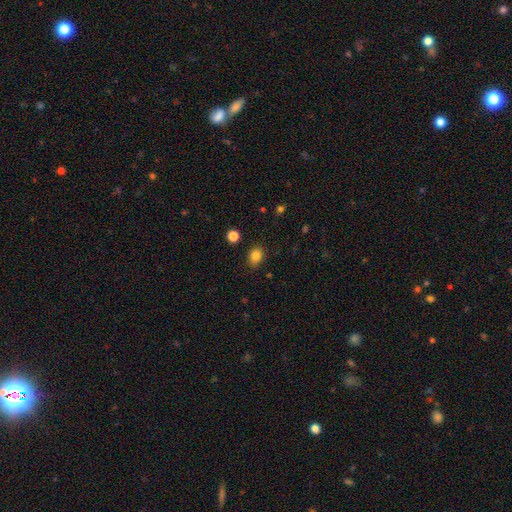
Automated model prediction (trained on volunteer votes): A smooth galaxy with no disk features (84%) that is in between round and cigar-shaped (54%).

Vote fractions:
- Smooth or featured? smooth: 84% / star or artifact: 11% / featured or disk: 5%
- How rounded? in between: 54% / round: 45% / cigar-shaped: 1%
- Merging? none: 83% / minor disturbance: 12% / major disturbance: 3% / merger: 2%